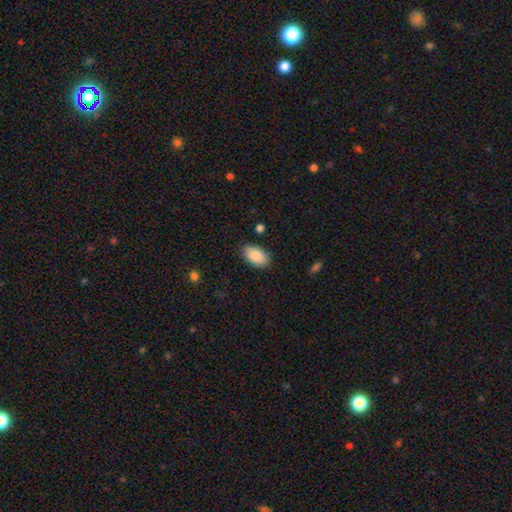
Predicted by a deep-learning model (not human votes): This appears to be a smooth galaxy with no disk features (87%) that is in between round and cigar-shaped (94%). Merging: none (85%).